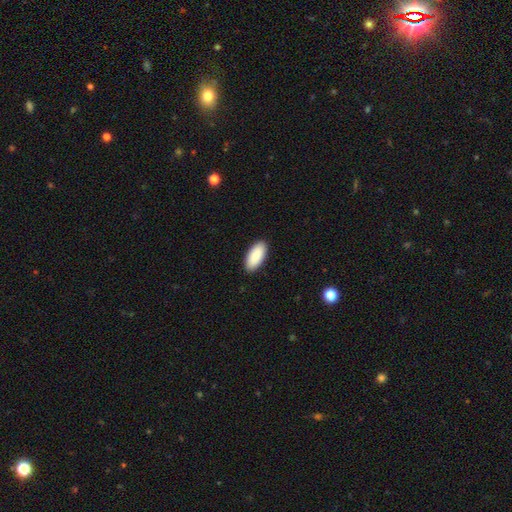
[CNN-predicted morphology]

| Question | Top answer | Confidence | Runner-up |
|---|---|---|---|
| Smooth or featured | smooth | 91% | star or artifact (5%) |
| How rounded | in between | 92% | cigar-shaped (7%) |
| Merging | none | 90% | minor disturbance (7%) |